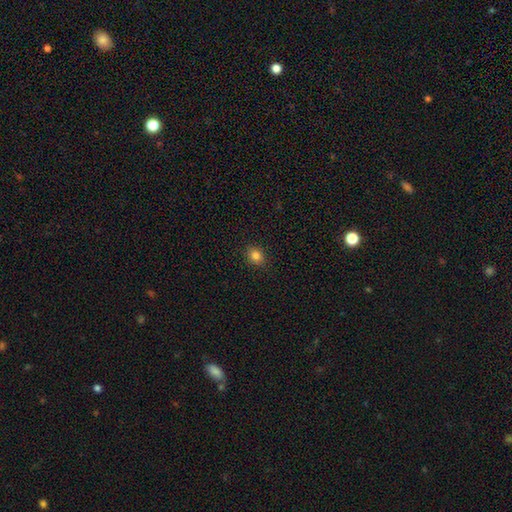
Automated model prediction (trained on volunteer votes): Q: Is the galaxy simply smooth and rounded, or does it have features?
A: smooth — 83%.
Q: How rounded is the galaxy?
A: round — 55%.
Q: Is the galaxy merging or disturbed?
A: none — 89%.